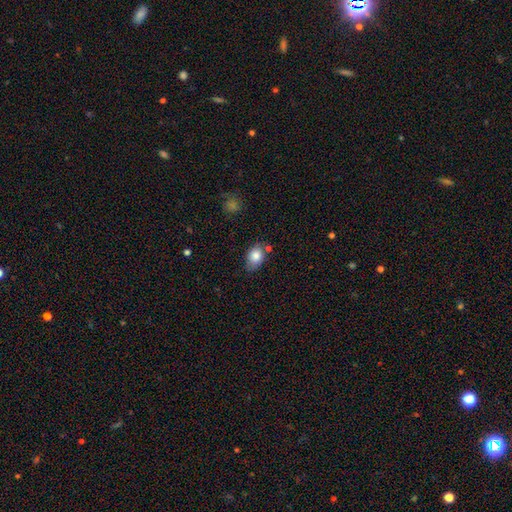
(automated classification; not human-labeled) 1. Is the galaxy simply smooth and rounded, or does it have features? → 83% smooth, 9% featured or disk, 8% star or artifact.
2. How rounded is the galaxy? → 75% in between, 24% round, 1% cigar-shaped.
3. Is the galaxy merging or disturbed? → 67% none, 20% minor disturbance, 8% merger, 4% major disturbance.